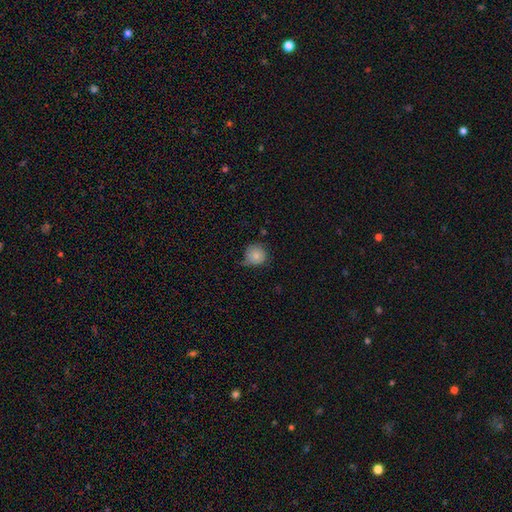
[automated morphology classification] A smooth galaxy with no disk features (79%) that is round (92%).

Vote fractions:
- Smooth or featured? smooth: 79% / featured or disk: 12% / star or artifact: 9%
- How rounded? round: 92% / in between: 7% / cigar-shaped: 1%
- Merging? none: 62% / minor disturbance: 30% / major disturbance: 6% / merger: 2%